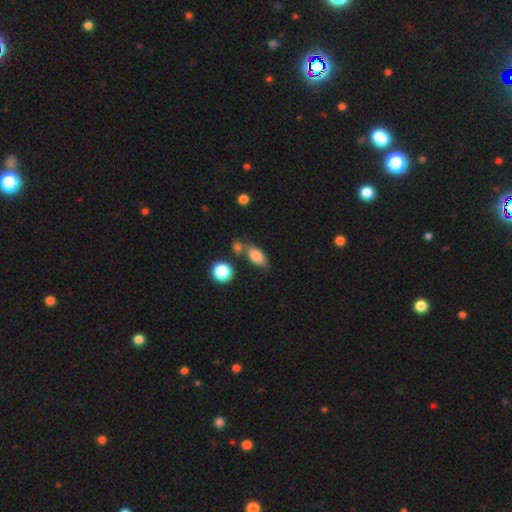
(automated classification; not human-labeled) A smooth galaxy with no disk features (81%) that is in between round and cigar-shaped (82%). Merging: none (54%).